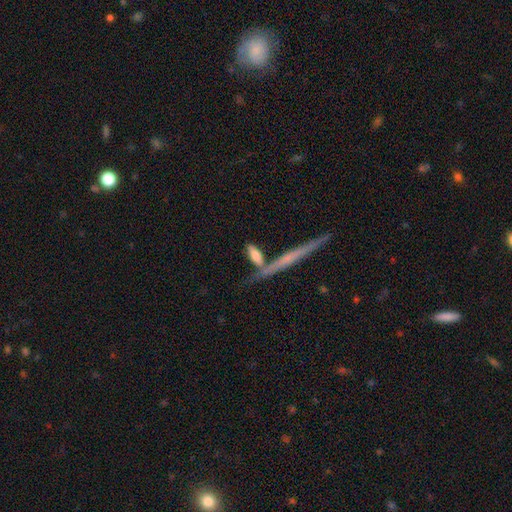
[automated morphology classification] This is likely a smooth galaxy (71%). How rounded: possibly in between (54%). Merging: possibly none (51%).